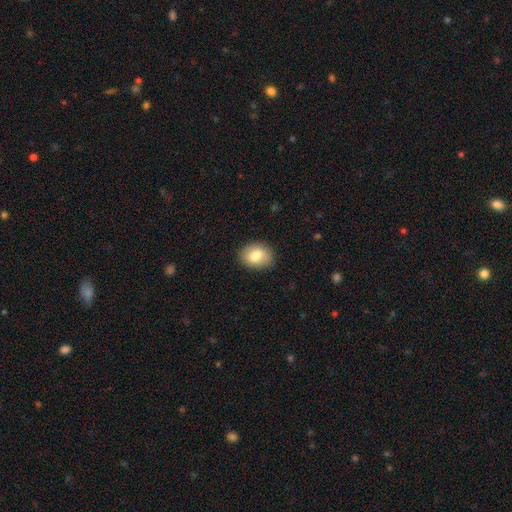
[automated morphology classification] A smooth galaxy with no disk features (80%) that is in between round and cigar-shaped (62%).

Vote fractions:
- Smooth or featured? smooth: 80% / featured or disk: 12% / star or artifact: 8%
- How rounded? in between: 62% / round: 37% / cigar-shaped: 1%
- Merging? none: 87% / minor disturbance: 10% / major disturbance: 2% / merger: 1%